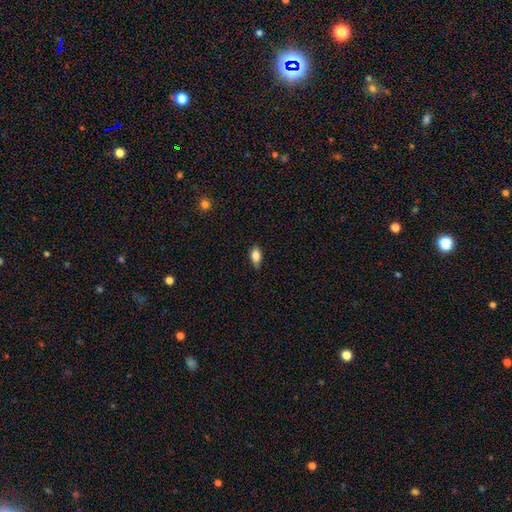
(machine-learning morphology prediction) A smooth galaxy with no disk features (83%) that is in between round and cigar-shaped (88%).

Vote fractions:
- Smooth or featured? smooth: 83% / featured or disk: 9% / star or artifact: 8%
- How rounded? in between: 88% / cigar-shaped: 6% / round: 6%
- Merging? none: 75% / minor disturbance: 21% / major disturbance: 3% / merger: 1%